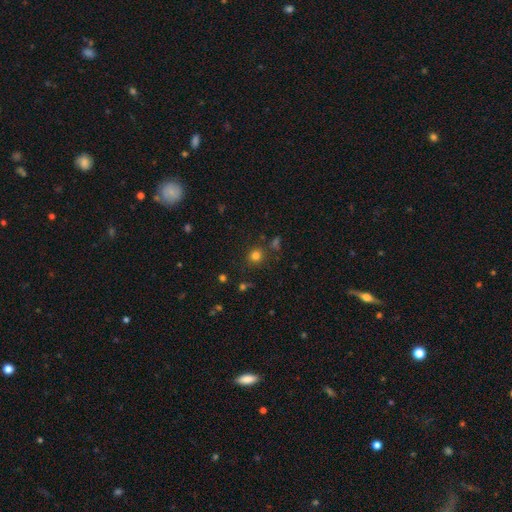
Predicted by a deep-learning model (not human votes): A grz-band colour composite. It shows a smooth galaxy with no disk features (78%) that is round (89%). Merging: none (83%).